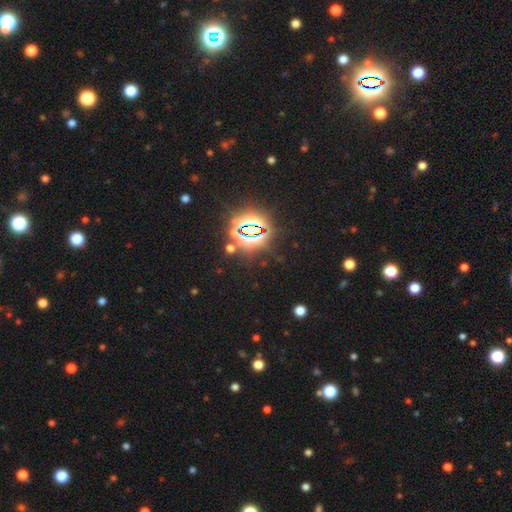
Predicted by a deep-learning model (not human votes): smooth-or-featured: star or artifact: 84% | smooth: 10% | featured or disk: 6%